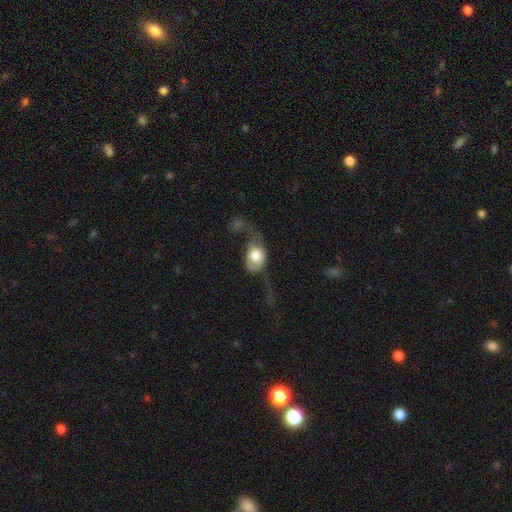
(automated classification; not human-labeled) Smooth or featured? smooth (55%)
How rounded? in between (54%)
Merging? major disturbance (61%)